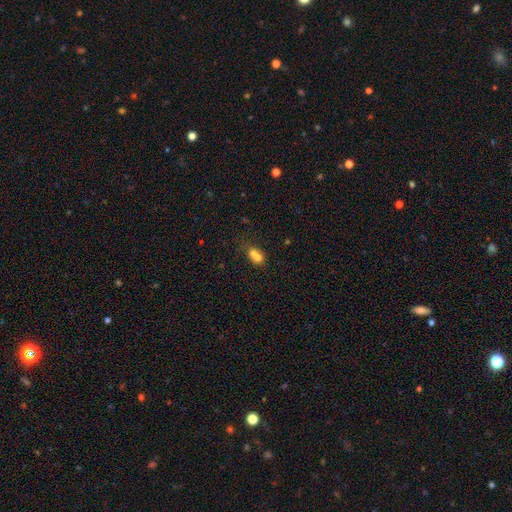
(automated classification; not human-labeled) A smooth galaxy with no disk features (67%) that is round (59%). Merging: merger (67%).